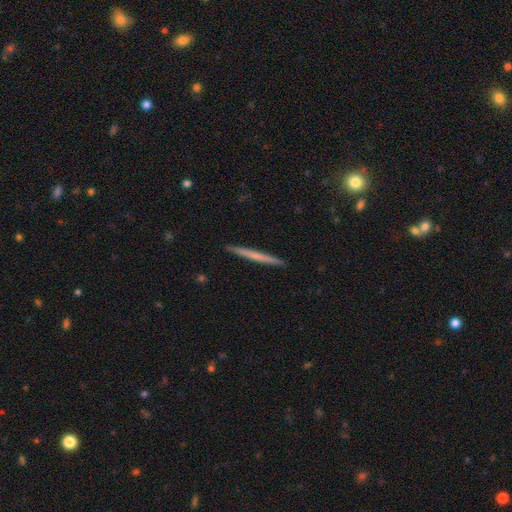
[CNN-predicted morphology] The model was most divided on "smooth or featured": smooth: 53%, featured or disk: 42%, star or artifact: 5%. More confident: how rounded — cigar-shaped (97%); merging — none (93%).